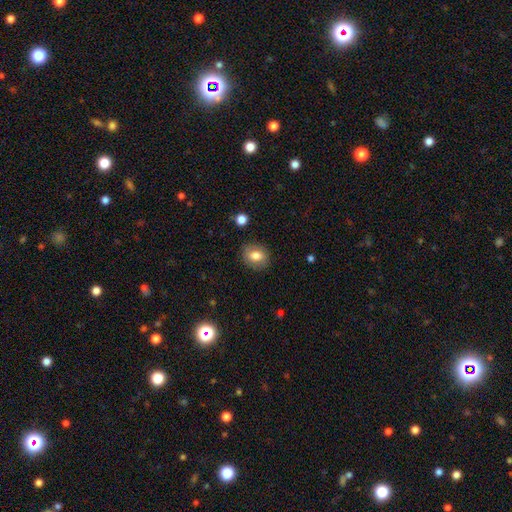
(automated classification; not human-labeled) Smooth or featured? smooth (76%)
How rounded? round (56%)
Merging? none (85%)